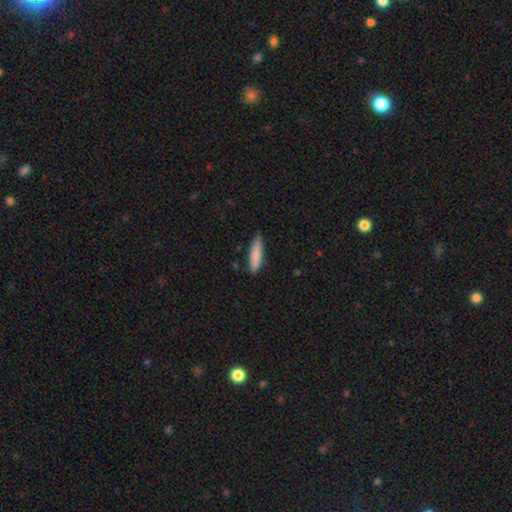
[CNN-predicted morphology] This appears to be a smooth galaxy with no disk features (84%) that is cigar-shaped (78%). Merging: none (82%).